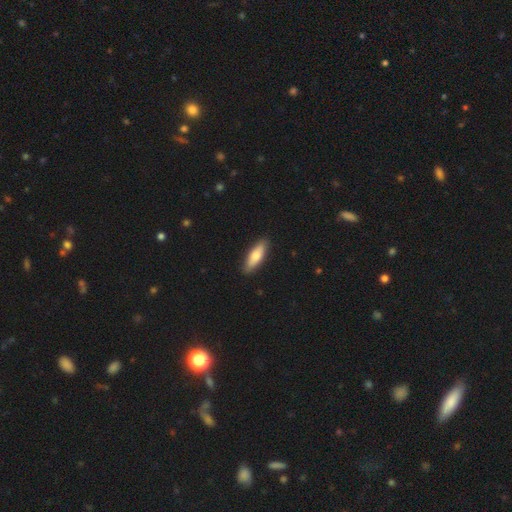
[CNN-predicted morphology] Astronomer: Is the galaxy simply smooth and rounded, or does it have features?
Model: smooth — 68%.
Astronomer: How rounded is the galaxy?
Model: in between — 52% (runner-up: cigar-shaped, 46%).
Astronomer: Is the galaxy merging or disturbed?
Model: none — 89%.